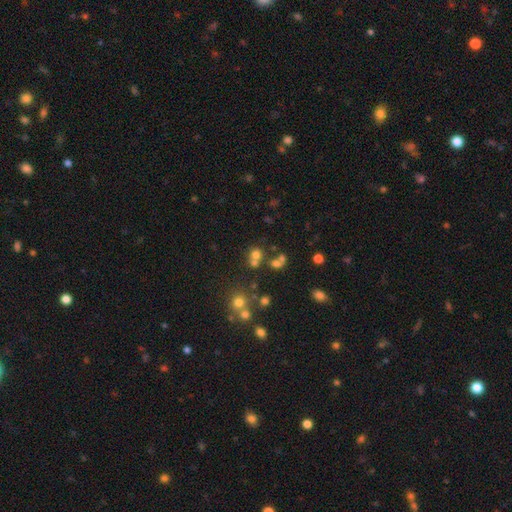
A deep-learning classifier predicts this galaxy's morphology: smooth-or-featured: smooth: 65% | star or artifact: 22% | featured or disk: 13%
  how-rounded: round: 83% | in between: 16% | cigar-shaped: 1%
  merging: none: 53% | merger: 34% | minor disturbance: 8% | major disturbance: 4%